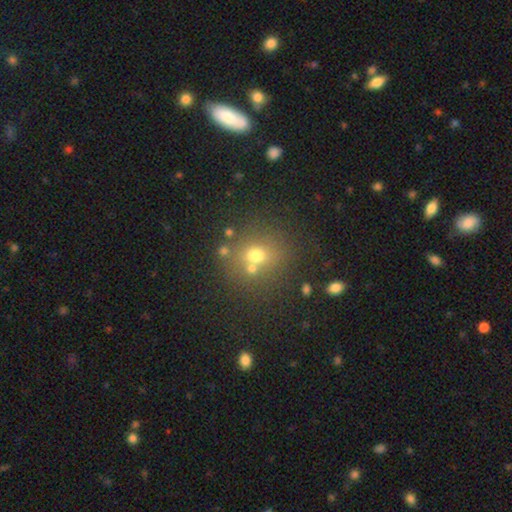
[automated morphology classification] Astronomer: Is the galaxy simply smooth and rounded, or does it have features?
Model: smooth — 64%.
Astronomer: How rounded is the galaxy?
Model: round — 77%.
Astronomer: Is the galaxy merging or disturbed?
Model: none — 62%.